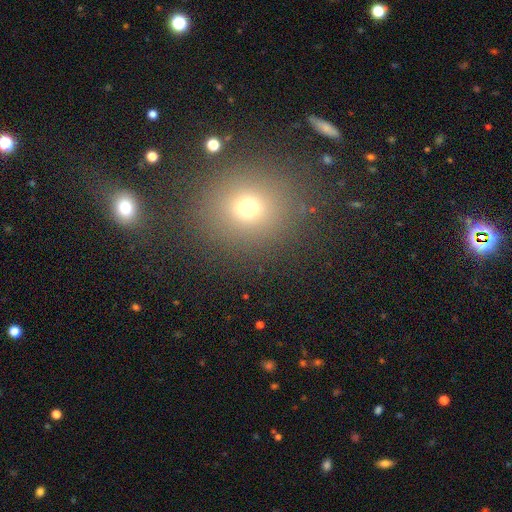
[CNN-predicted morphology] This appears to be a smooth galaxy with no disk features (59%) that is round (82%). Merging: none (84%).